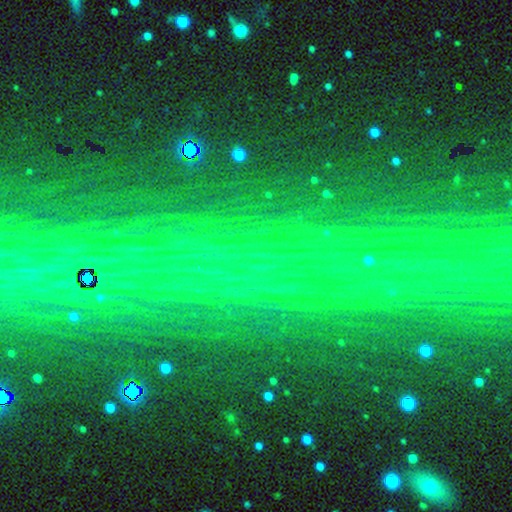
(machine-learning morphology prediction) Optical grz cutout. It shows a star or artifact, not a galaxy (85%).